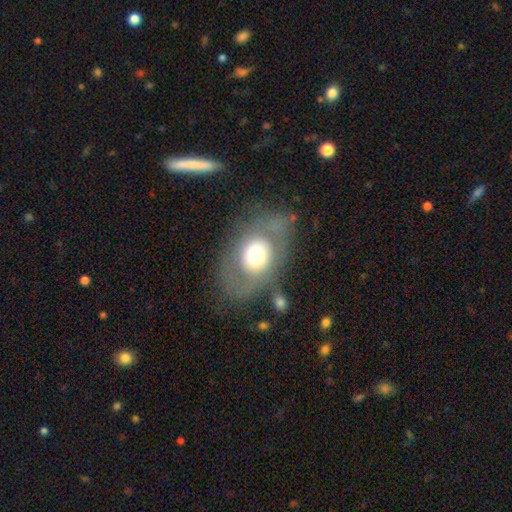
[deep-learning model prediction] Q: Smooth or featured?
A: smooth (52%); runner-up: featured or disk (38%)
Q: How rounded?
A: in between (64%); runner-up: round (35%)
Q: Merging?
A: none (65%); runner-up: minor disturbance (15%)